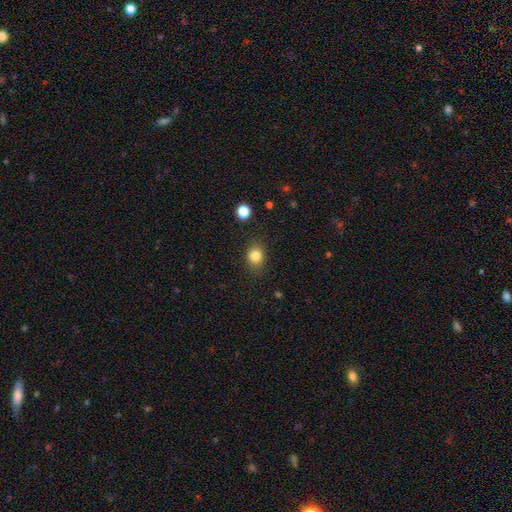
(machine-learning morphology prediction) The model was most divided on "how rounded": round: 57%, in between: 42%, cigar-shaped: 1%. More confident: smooth or featured — smooth (82%); merging — none (80%).